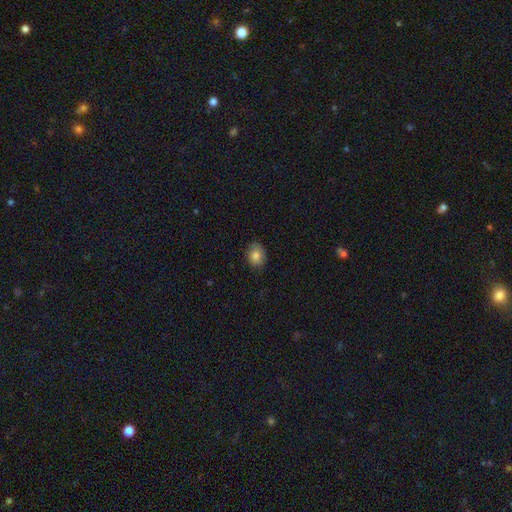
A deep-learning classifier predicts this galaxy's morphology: A smooth galaxy with no disk features (83%) that is in between round and cigar-shaped (55%). Merging: none (82%).